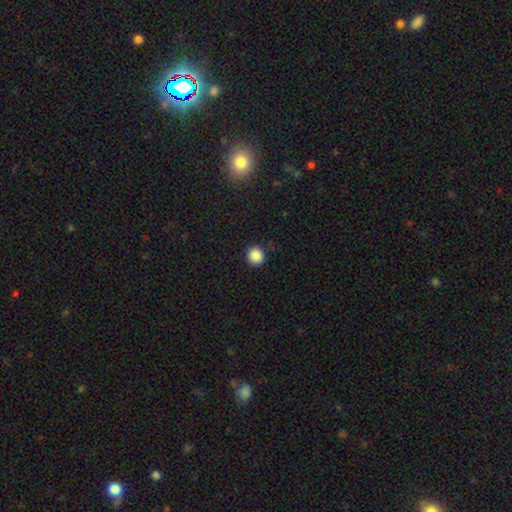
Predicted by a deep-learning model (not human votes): Smooth or featured? Predicted: smooth (p=0.87). How rounded? Predicted: round (p=0.92). Merging? Predicted: none (p=0.88).